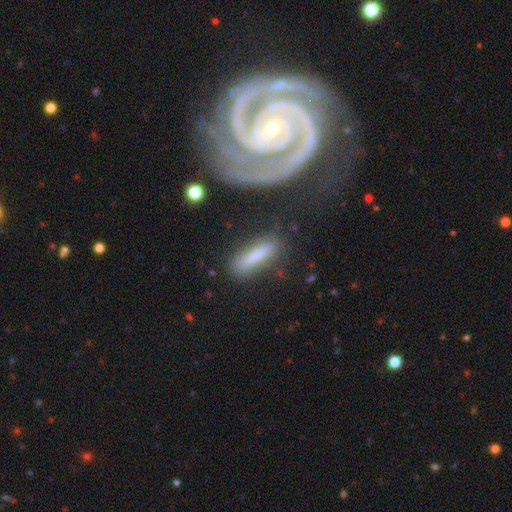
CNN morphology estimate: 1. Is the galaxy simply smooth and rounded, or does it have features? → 70% smooth, 23% featured or disk, 8% star or artifact.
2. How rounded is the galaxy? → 77% cigar-shaped, 21% in between, 2% round.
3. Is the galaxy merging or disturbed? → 73% none, 16% minor disturbance, 6% major disturbance, 5% merger.